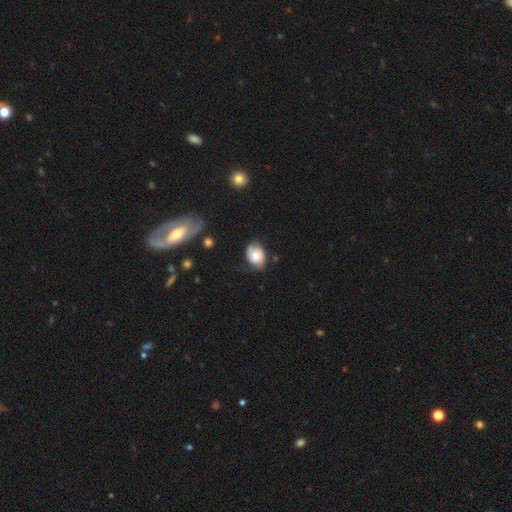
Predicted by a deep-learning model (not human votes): The model was most divided on "merging": none: 62%, minor disturbance: 28%, major disturbance: 7%, merger: 2%. More confident: how rounded — in between (71%); smooth or featured — smooth (65%).